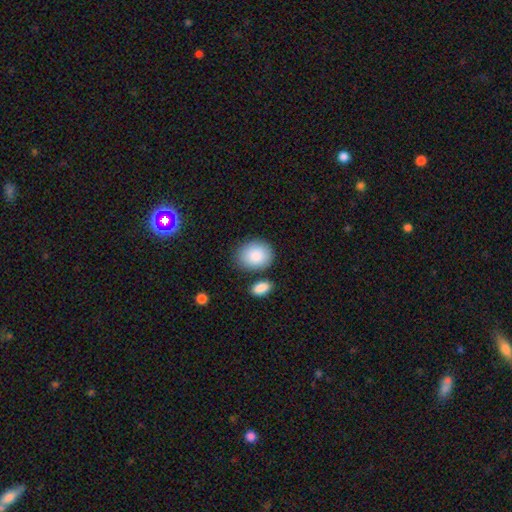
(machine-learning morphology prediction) smooth_or_featured: smooth (p=0.89) [alt: star or artifact p=0.06]
how_rounded: in between (p=0.56) [alt: round p=0.43]
merging: none (p=0.74) [alt: minor disturbance p=0.13]